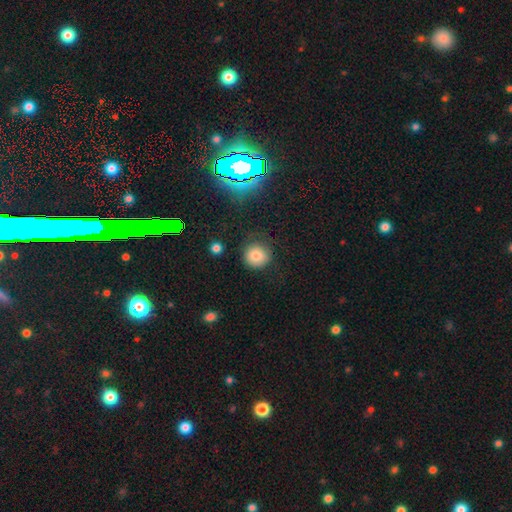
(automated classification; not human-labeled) Smooth or featured: smooth — 81% (star or artifact — 12%)
How rounded: round — 92% (in between — 7%)
Merging: none — 81% (minor disturbance — 13%)